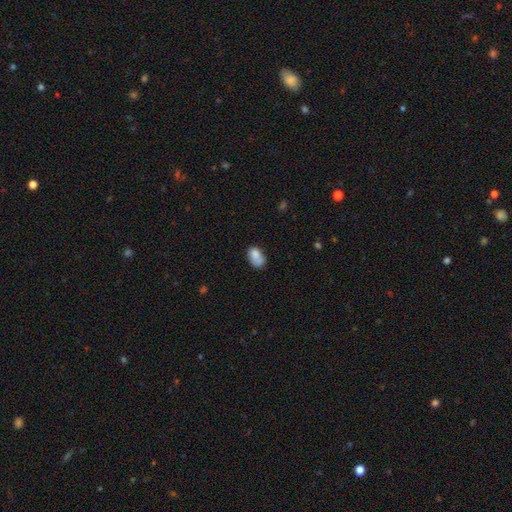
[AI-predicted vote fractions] Smooth or featured: smooth — 76% (featured or disk — 15%)
How rounded: in between — 84% (round — 14%)
Merging: none — 42% (minor disturbance — 25%)